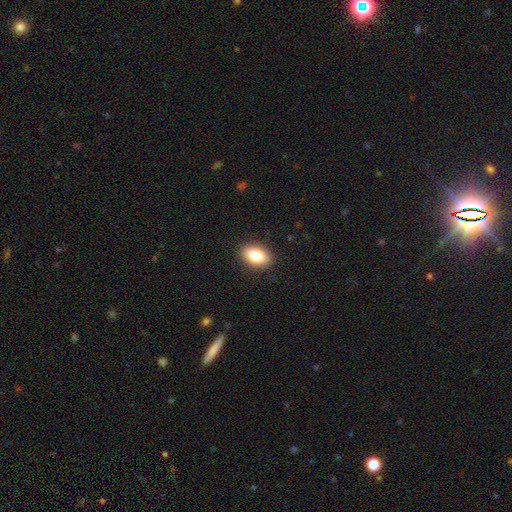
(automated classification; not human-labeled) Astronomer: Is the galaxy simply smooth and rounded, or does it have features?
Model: smooth — 82%.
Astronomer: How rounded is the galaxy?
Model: in between — 86%.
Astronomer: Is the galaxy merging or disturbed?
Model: none — 89%.